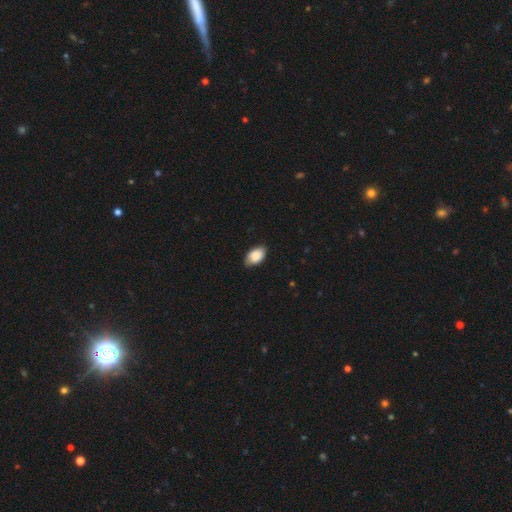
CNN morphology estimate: type=smooth (87%); roundness=in between (91%); merging=none (78%).